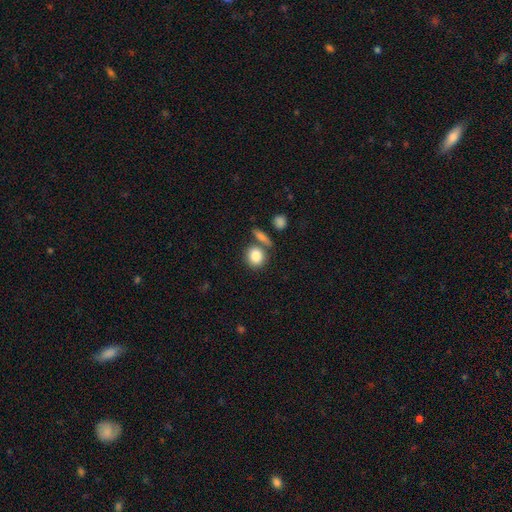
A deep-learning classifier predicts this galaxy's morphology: smooth-or-featured: smooth: 84% | star or artifact: 8% | featured or disk: 8%
  how-rounded: round: 74% | in between: 24% | cigar-shaped: 2%
  merging: none: 63% | merger: 22% | minor disturbance: 11% | major disturbance: 4%